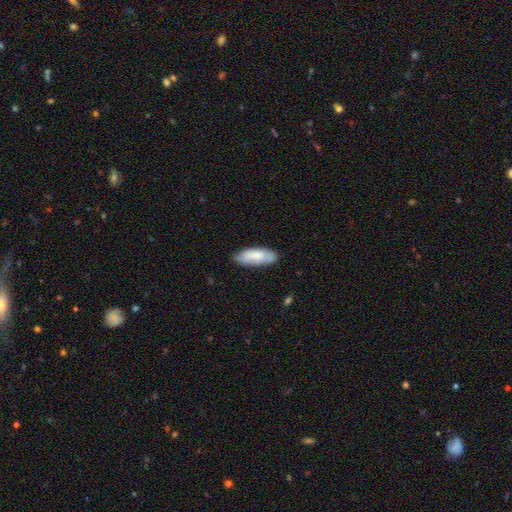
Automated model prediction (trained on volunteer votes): smooth-or-featured: smooth: 77% | featured or disk: 18% | star or artifact: 6%
  how-rounded: in between: 72% | cigar-shaped: 27% | round: 2%
  merging: none: 74% | minor disturbance: 21% | major disturbance: 4% | merger: 2%